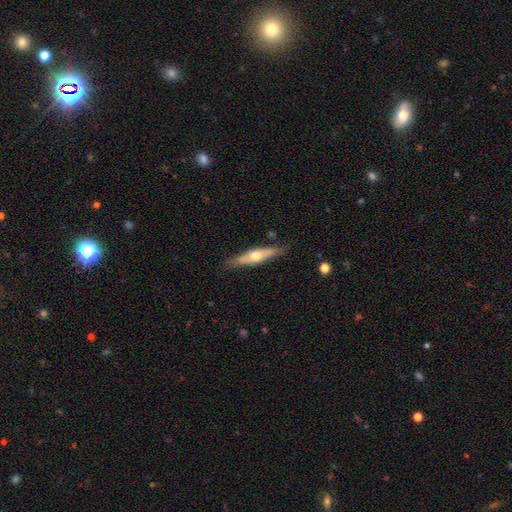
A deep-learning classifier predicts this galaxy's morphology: A featured or disk galaxy (58%) viewed edge-on (90%) with a rounded central bulge (91%). Merging: none (83%).